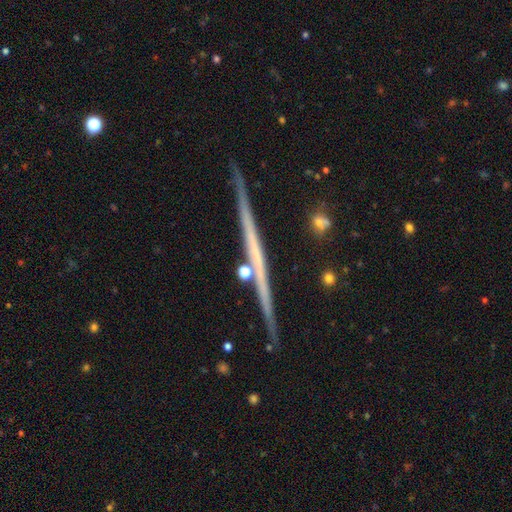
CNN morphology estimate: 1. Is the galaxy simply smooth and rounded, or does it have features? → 74% featured or disk, 19% smooth, 7% star or artifact.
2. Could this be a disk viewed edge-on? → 98% yes, 2% no.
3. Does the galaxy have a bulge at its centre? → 83% none, 13% rounded, 4% boxy.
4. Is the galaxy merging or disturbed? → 87% none, 8% minor disturbance, 3% merger, 2% major disturbance.